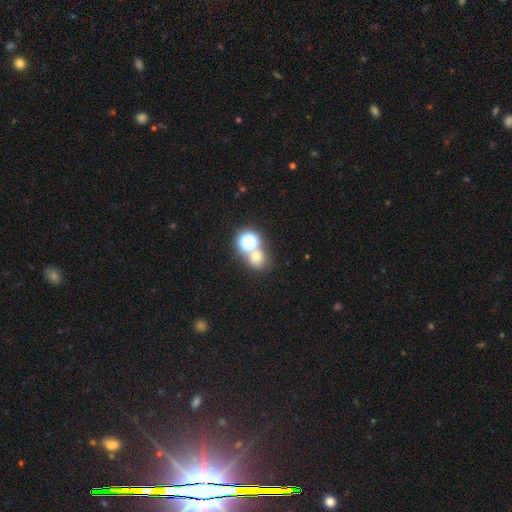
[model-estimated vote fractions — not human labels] smooth_or_featured: smooth (p=0.62) [alt: star or artifact p=0.29]
how_rounded: round (p=0.76) [alt: in between p=0.23]
merging: none (p=0.57) [alt: merger p=0.30]